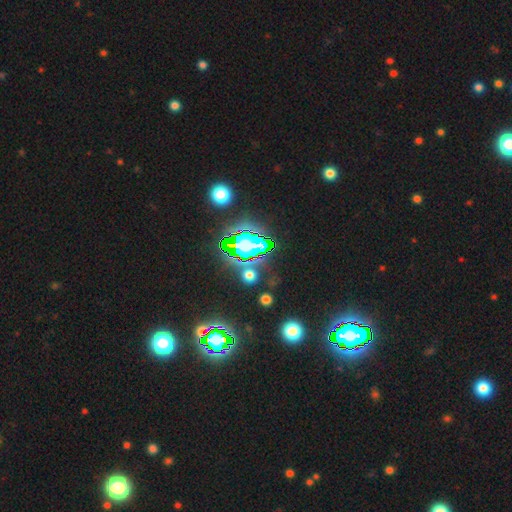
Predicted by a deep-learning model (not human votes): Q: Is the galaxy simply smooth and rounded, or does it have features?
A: star or artifact — 70%.